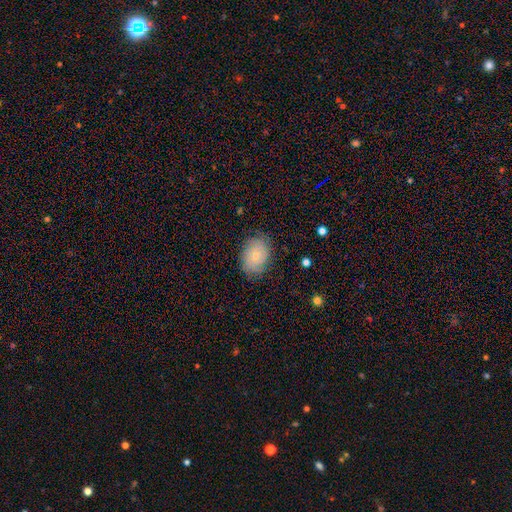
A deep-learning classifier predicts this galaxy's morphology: type=smooth (60%); roundness=in between (74%); merging=none (78%).